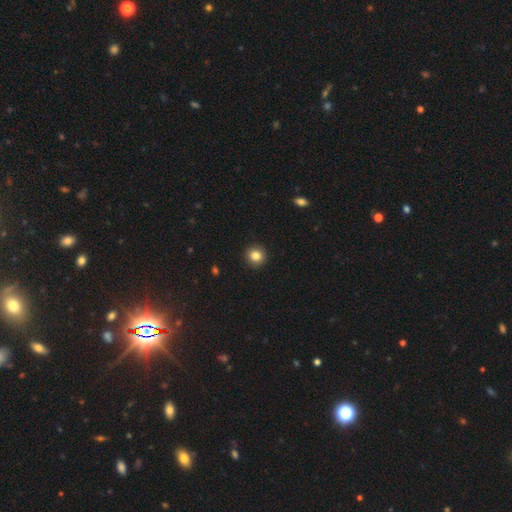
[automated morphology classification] Q: Smooth or featured?
A: smooth (84%); runner-up: star or artifact (10%)
Q: How rounded?
A: round (92%); runner-up: in between (7%)
Q: Merging?
A: none (92%); runner-up: minor disturbance (5%)